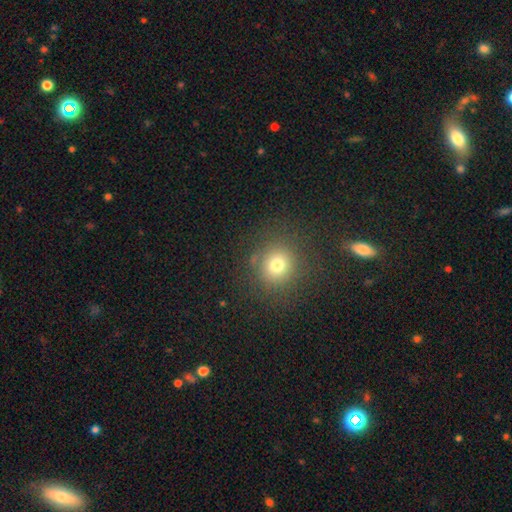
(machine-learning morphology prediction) Smooth or featured?
  - smooth: 66% *
  - star or artifact: 27%
  - featured or disk: 8%
How rounded?
  - round: 87% *
  - in between: 12%
  - cigar-shaped: 1%
Merging?
  - none: 89% *
  - minor disturbance: 7%
  - major disturbance: 3%
  - merger: 2%